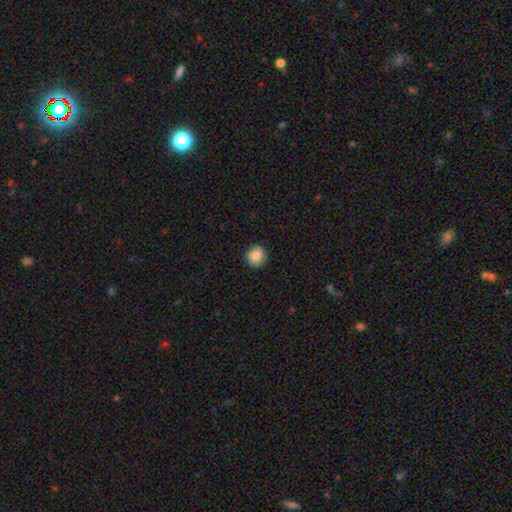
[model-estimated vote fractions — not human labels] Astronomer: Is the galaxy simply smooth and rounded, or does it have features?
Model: smooth — 85%.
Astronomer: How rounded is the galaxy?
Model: round — 88%.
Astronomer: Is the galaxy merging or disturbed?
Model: none — 85%.